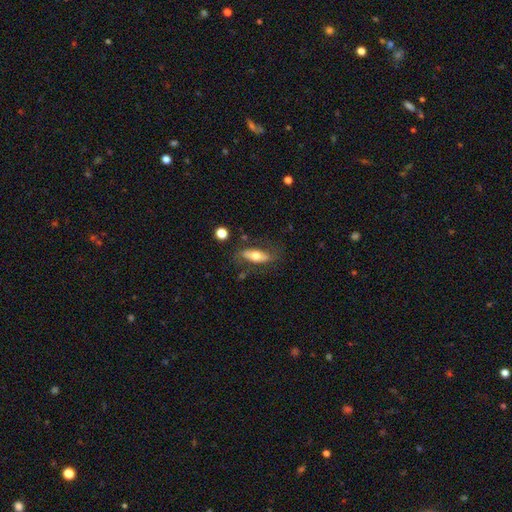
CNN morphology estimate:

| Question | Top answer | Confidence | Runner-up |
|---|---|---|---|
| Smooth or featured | smooth | 60% | featured or disk (34%) |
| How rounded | in between | 71% | cigar-shaped (26%) |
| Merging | none | 71% | minor disturbance (18%) |